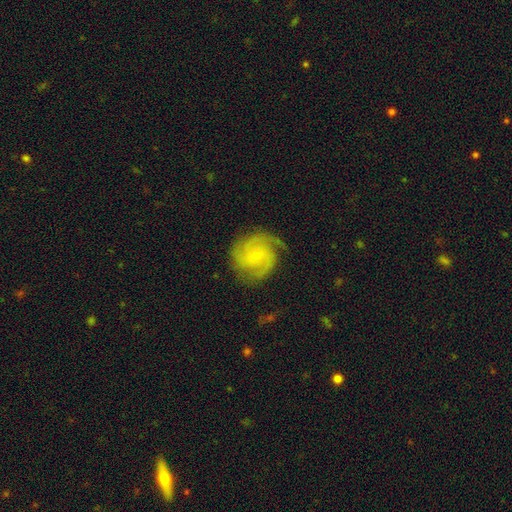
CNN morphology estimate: smooth-or-featured: featured or disk: 82% | smooth: 12% | star or artifact: 6%
  disk-edge-on: no: 98% | yes: 2%
    bar: no: 67% | weak: 28% | strong: 5%
    has-spiral-arms: yes: 97% | no: 3%
      spiral-winding: tight: 48% | medium: 41% | loose: 11%
      spiral-arm-count: 3: 37% | 2: 30% | can't tell: 15% | 4: 8% | 1: 6% | more than 4: 5%
    bulge-size: small: 75% | moderate: 21% | none: 2% | large: 1% | dominant: 1%
  merging: none: 73% | minor disturbance: 18% | major disturbance: 8% | merger: 1%